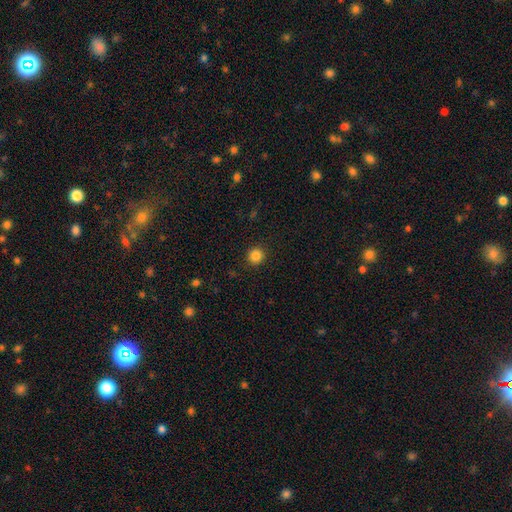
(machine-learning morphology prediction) Smooth or featured? smooth (85%)
How rounded? round (93%)
Merging? none (92%)